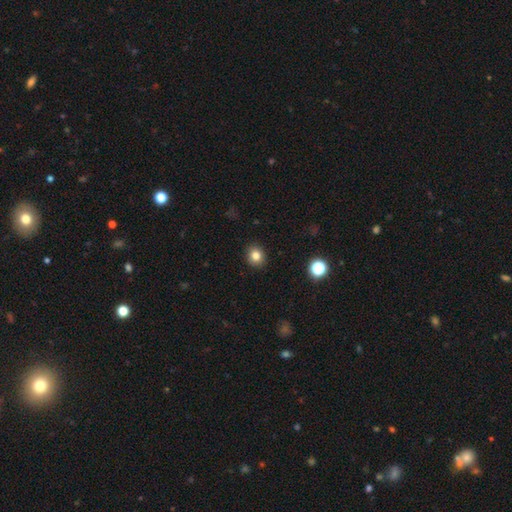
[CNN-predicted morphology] A smooth galaxy with no disk features (82%) that is round (76%). Merging: none (91%).